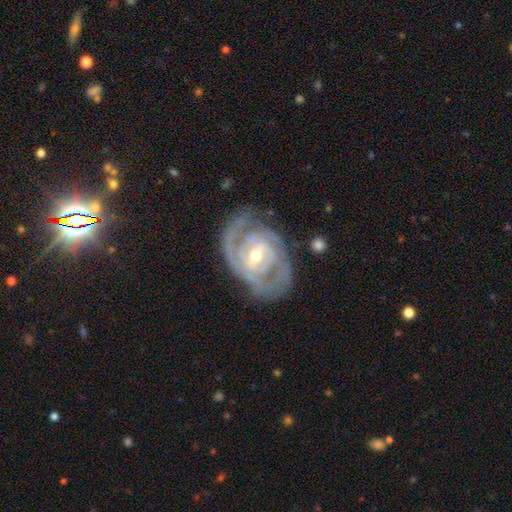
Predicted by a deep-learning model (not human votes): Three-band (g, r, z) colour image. It shows a featured or disk galaxy (90%) with a weak bar (43%), 2 (53%) tight (69%) spiral arms (96%) and a moderate central bulge (61%). Merging: none (70%).